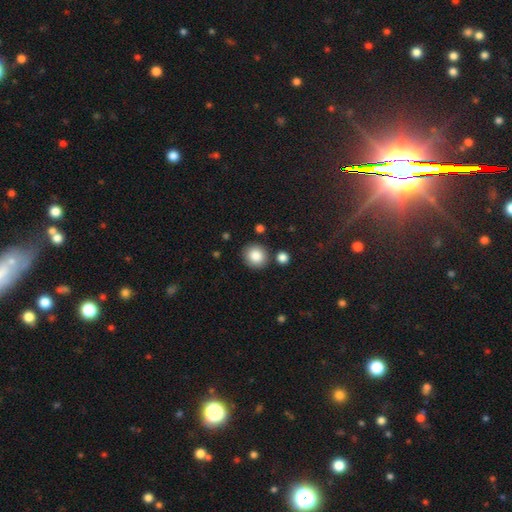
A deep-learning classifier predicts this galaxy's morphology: This is clearly a smooth galaxy (86%). How rounded: clearly round (84%). Merging: clearly none (83%).